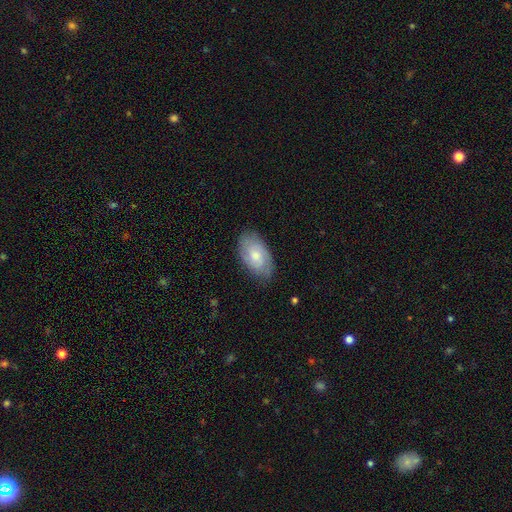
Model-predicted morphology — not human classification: smooth_or_featured: featured or disk (p=0.48) [alt: smooth p=0.45]
merging: none (p=0.75) [alt: minor disturbance p=0.20]